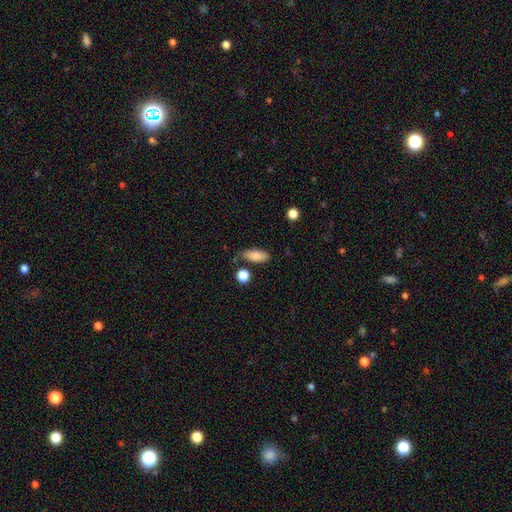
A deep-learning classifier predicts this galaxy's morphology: smooth-or-featured: smooth: 83% | featured or disk: 9% | star or artifact: 8%
  how-rounded: in between: 79% | cigar-shaped: 17% | round: 4%
  merging: none: 63% | minor disturbance: 24% | merger: 7% | major disturbance: 6%